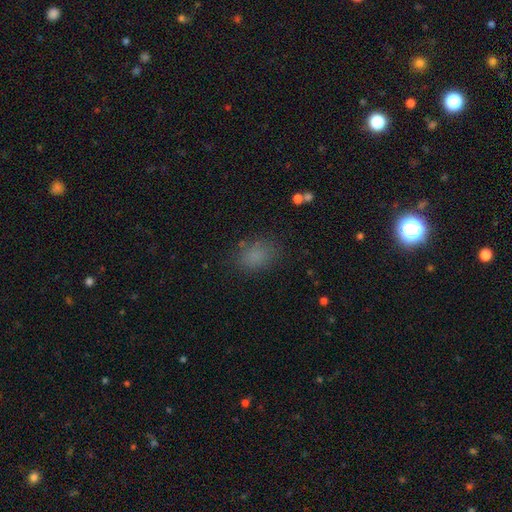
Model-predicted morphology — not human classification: Q: Smooth or featured?
A: smooth (79%); runner-up: star or artifact (15%)
Q: How rounded?
A: in between (73%); runner-up: round (26%)
Q: Merging?
A: none (78%); runner-up: minor disturbance (14%)